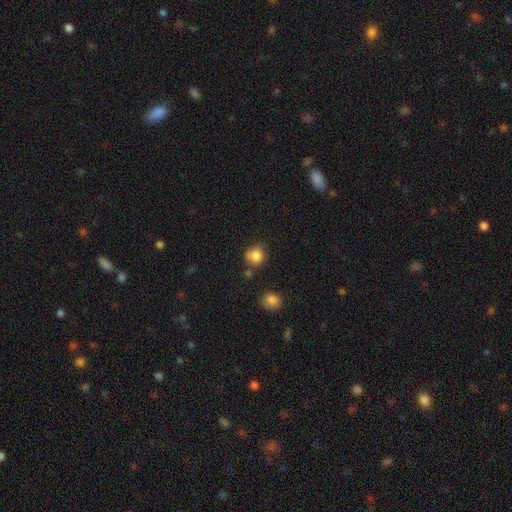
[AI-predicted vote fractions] Overall: smooth (85%). How rounded: round (85%). Merging: none (70%).